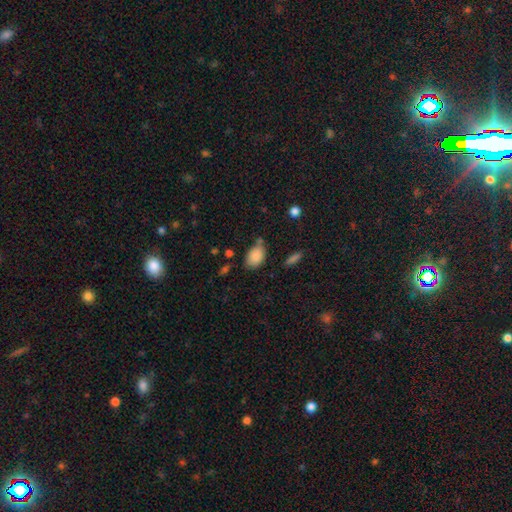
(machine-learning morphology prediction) smooth_or_featured: smooth (p=0.87) [alt: star or artifact p=0.08]
how_rounded: in between (p=0.87) [alt: round p=0.11]
merging: none (p=0.61) [alt: minor disturbance p=0.25]